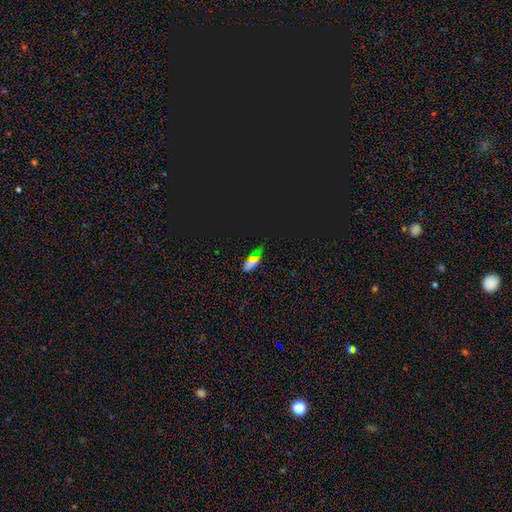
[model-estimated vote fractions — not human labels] The model was most divided on "smooth or featured": star or artifact: 57%, smooth: 33%, featured or disk: 10%.